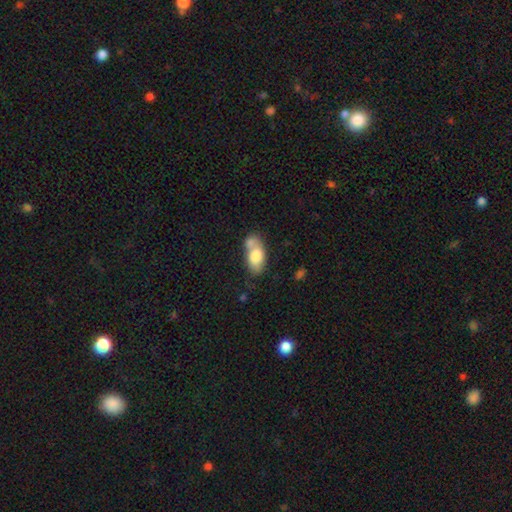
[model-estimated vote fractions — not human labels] smooth 76%, featured or disk 17%, star or artifact 7%. Down the decision tree: how rounded — in between (88%); merging — merger (41%).